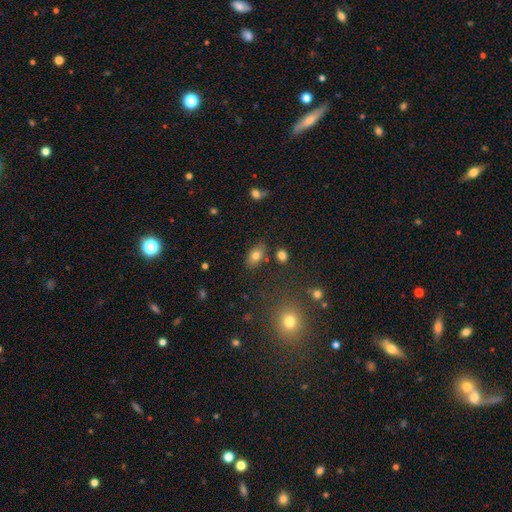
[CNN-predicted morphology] This is likely a smooth galaxy (78%). How rounded: clearly in between (87%). Merging: clearly none (82%).